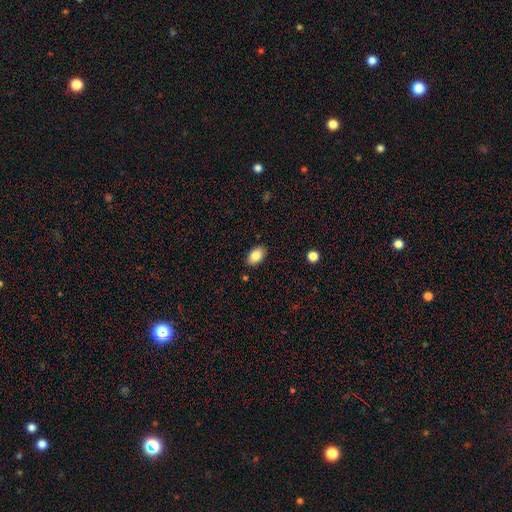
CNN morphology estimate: Smooth or featured? smooth (84%)
How rounded? in between (89%)
Merging? none (87%)